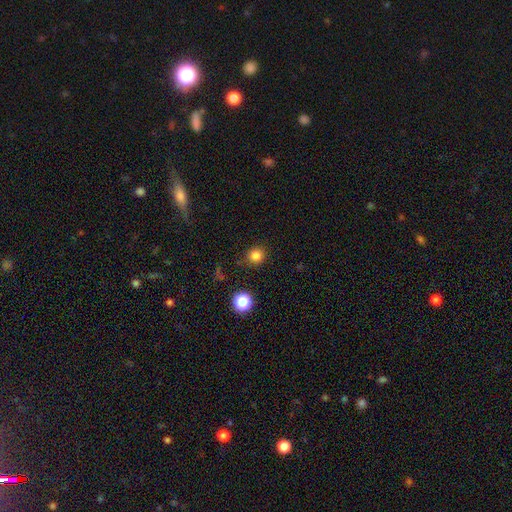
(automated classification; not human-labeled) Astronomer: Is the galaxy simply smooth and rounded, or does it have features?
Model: smooth — 82%.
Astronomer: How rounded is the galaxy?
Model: round — 89%.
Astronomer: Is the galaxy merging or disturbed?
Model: none — 88%.